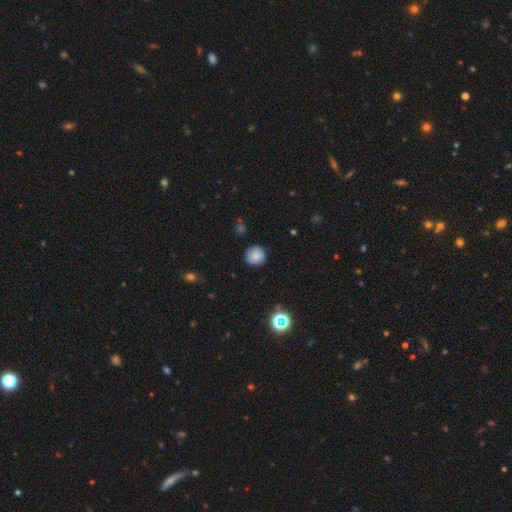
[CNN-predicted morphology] This appears to be a smooth galaxy with no disk features (80%) that is round (94%). Merging: none (88%).